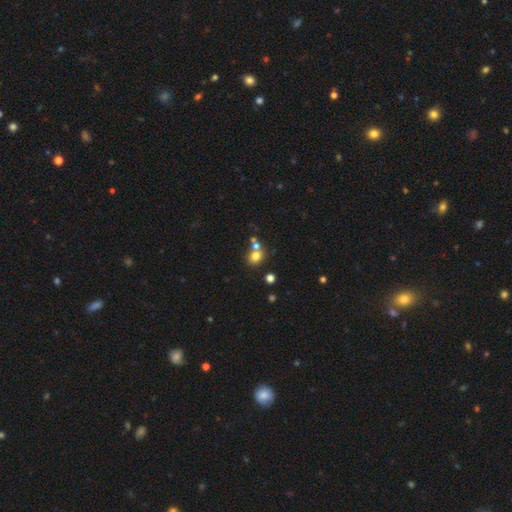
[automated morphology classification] Smooth or featured? smooth (75%)
How rounded? round (72%)
Merging? none (54%)